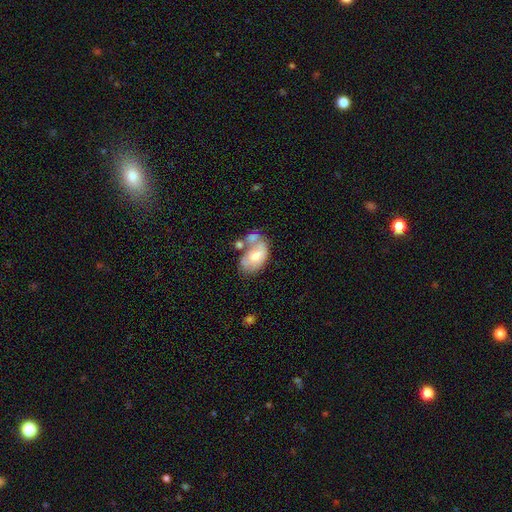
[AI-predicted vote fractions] smooth-or-featured: smooth: 49% | featured or disk: 44% | star or artifact: 7%
  merging: merger: 35% | none: 23% | minor disturbance: 21% | major disturbance: 20%